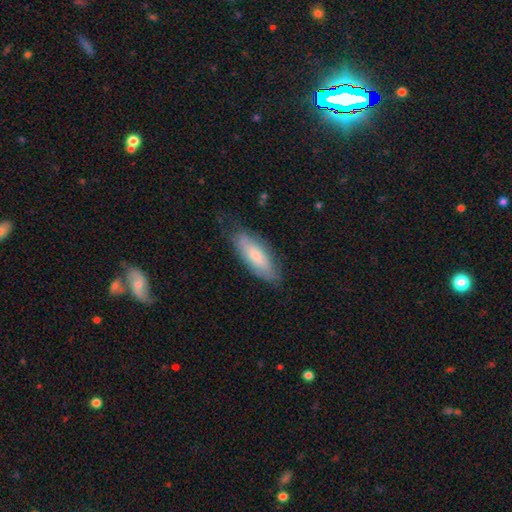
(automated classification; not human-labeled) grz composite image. It shows a smooth galaxy with no disk features (66%) that is in between round and cigar-shaped (66%). Merging: none (69%).